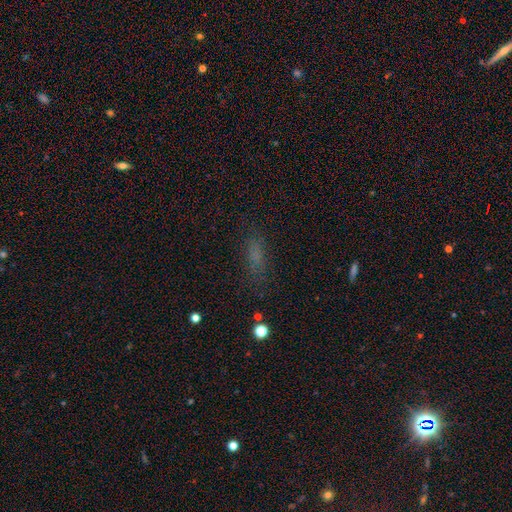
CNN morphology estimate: Smooth or featured: smooth — 66% (star or artifact — 21%)
How rounded: in between — 54% (cigar-shaped — 41%)
Merging: none — 76% (minor disturbance — 15%)